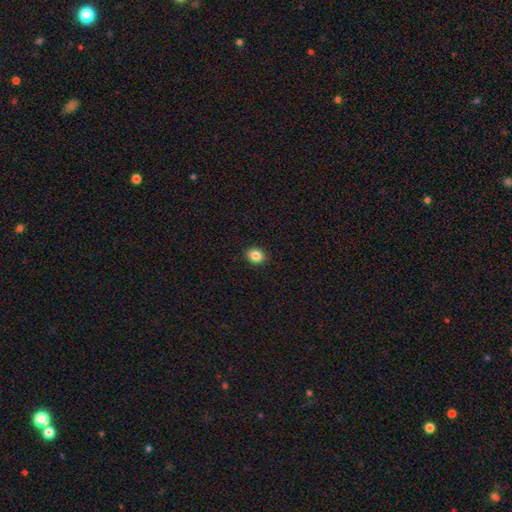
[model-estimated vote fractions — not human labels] Smooth or featured? smooth (85%)
How rounded? round (58%)
Merging? none (91%)